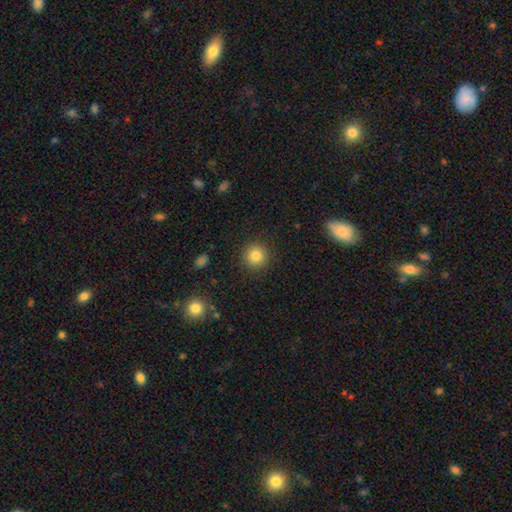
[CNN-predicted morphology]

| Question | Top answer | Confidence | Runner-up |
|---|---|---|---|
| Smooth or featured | smooth | 82% | star or artifact (11%) |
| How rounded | round | 94% | in between (5%) |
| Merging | none | 90% | minor disturbance (6%) |